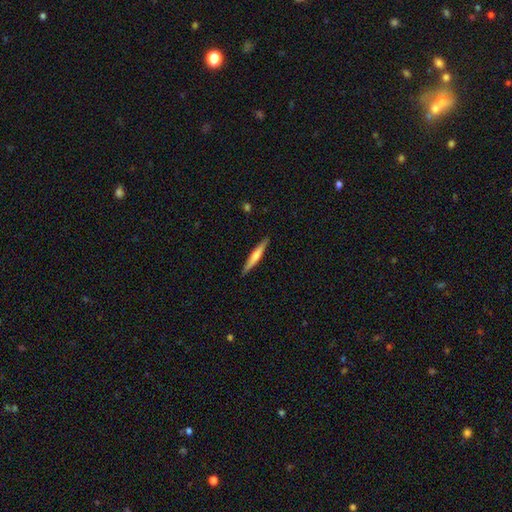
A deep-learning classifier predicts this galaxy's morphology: Overall: smooth (52%; featured or disk 43%). How rounded: cigar-shaped (95%). Merging: none (91%).